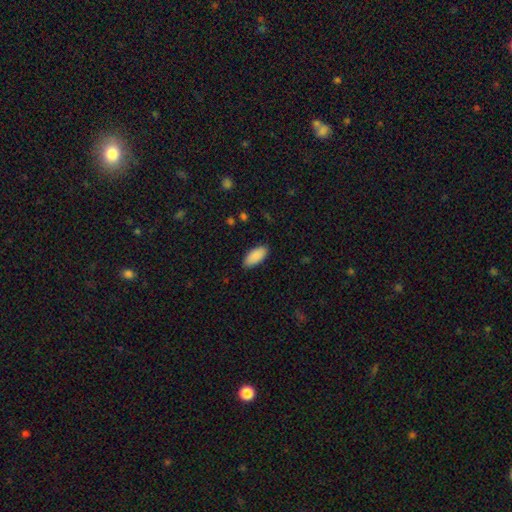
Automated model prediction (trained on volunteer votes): Smooth or featured: smooth — 90% (star or artifact — 6%)
How rounded: in between — 91% (cigar-shaped — 7%)
Merging: none — 86% (minor disturbance — 11%)